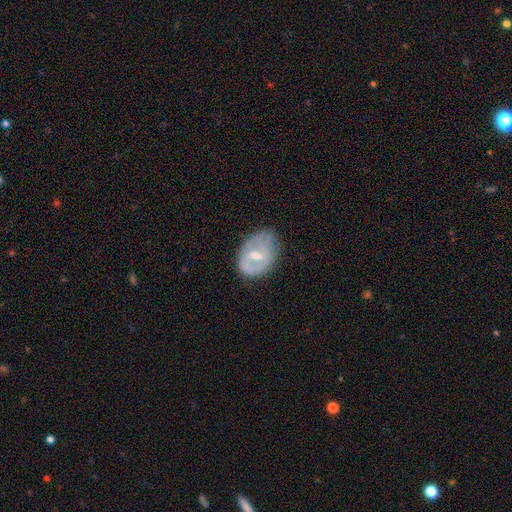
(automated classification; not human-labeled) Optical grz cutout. It shows a featured or disk galaxy (59%) with a weak bar (49%), no spiral arms (52%) and a moderate central bulge (55%). Merging: none (54%).